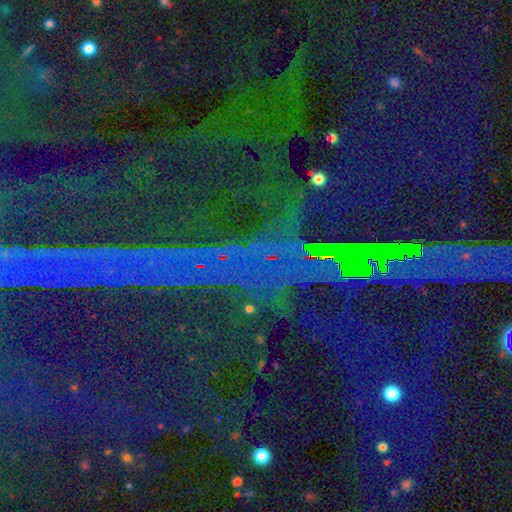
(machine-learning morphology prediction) Q: Smooth or featured?
A: star or artifact (88%); runner-up: smooth (6%)